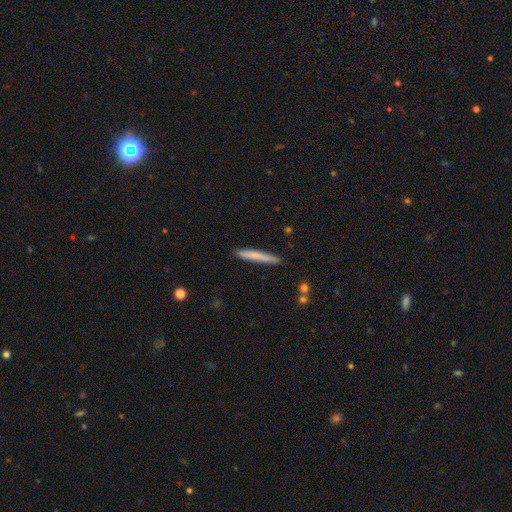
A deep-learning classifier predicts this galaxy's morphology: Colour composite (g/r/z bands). It shows a smooth galaxy with no disk features (72%) that is cigar-shaped (96%). Merging: none (89%).